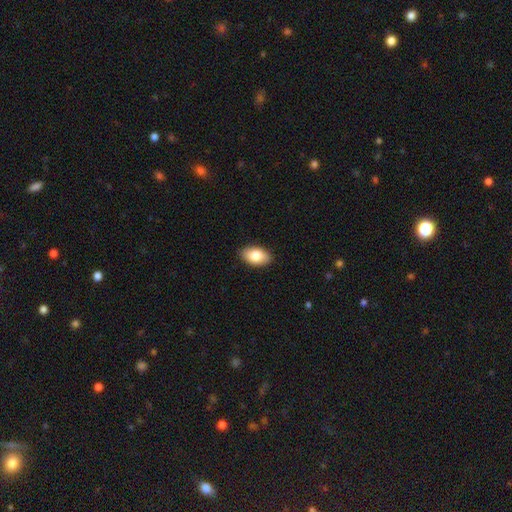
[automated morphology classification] Smooth or featured? smooth (83%)
How rounded? in between (93%)
Merging? none (89%)